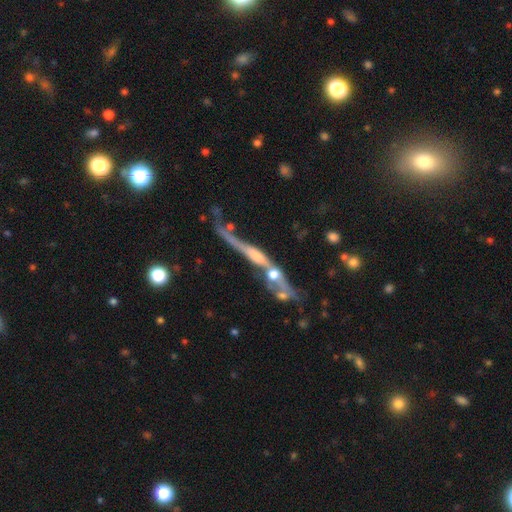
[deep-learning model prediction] smooth_or_featured: featured or disk (p=0.66) [alt: smooth p=0.22]
disk_edge_on: yes (p=0.72) [alt: no p=0.28]
merging: merger (p=0.41) [alt: none p=0.27]